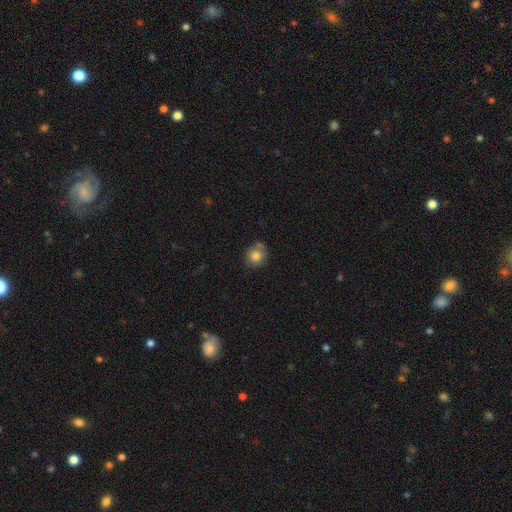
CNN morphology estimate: Smooth or featured? Predicted: smooth (p=0.81). How rounded? Predicted: round (p=0.82). Merging? Predicted: none (p=0.69).